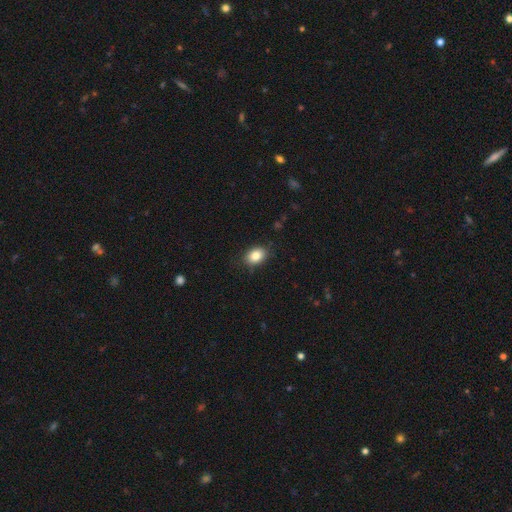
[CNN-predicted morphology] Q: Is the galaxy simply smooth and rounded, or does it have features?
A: smooth — 84%.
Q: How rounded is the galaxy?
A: in between — 76%.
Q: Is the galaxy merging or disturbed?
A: none — 86%.